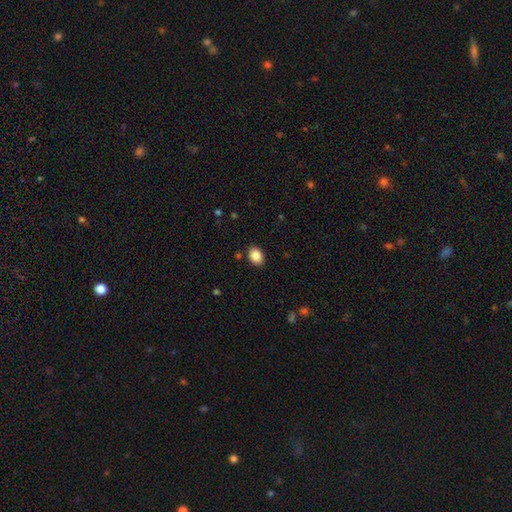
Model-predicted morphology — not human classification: A smooth galaxy with no disk features (87%) that is in between round and cigar-shaped (72%). Merging: none (87%).